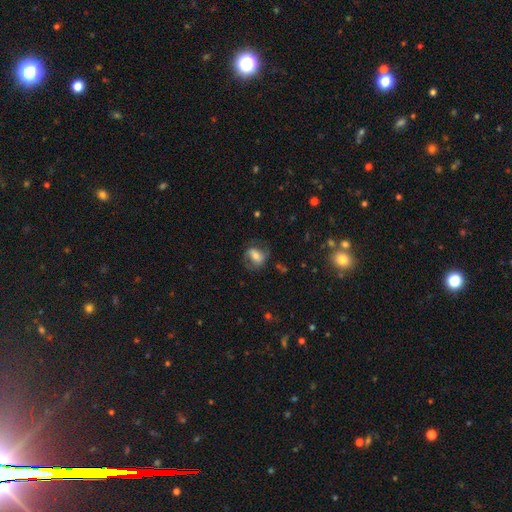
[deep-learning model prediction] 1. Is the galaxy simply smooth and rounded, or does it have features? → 47% featured or disk, 44% smooth, 9% star or artifact.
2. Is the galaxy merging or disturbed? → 61% none, 21% minor disturbance, 17% major disturbance, 2% merger.